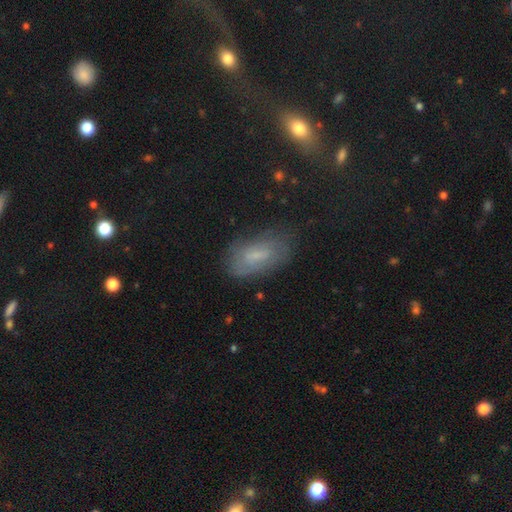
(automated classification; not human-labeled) This appears to be a smooth galaxy with no disk features (49%). Merging: none (69%).